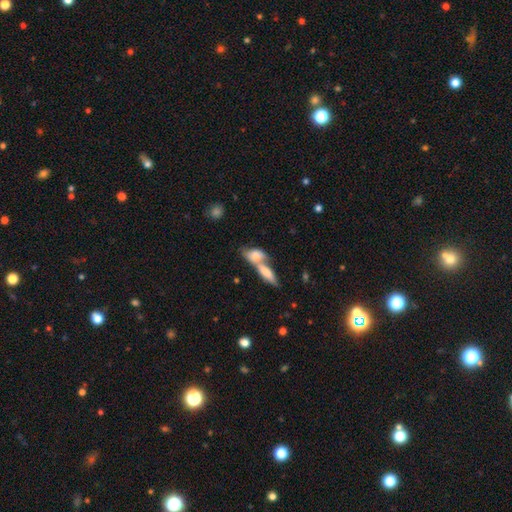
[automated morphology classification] This appears to be a smooth galaxy with no disk features (71%) that is in between round and cigar-shaped (74%). Merging: merger (67%).